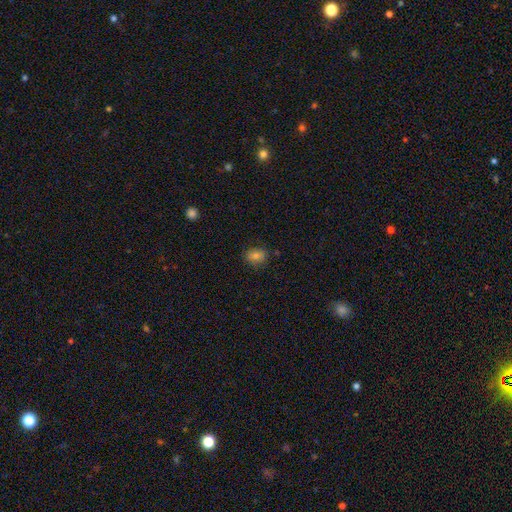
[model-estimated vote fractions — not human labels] Smooth or featured?
  - smooth: 74% *
  - star or artifact: 14%
  - featured or disk: 12%
How rounded?
  - in between: 52% *
  - round: 47%
  - cigar-shaped: 1%
Merging?
  - none: 83% *
  - minor disturbance: 13%
  - major disturbance: 3%
  - merger: 2%